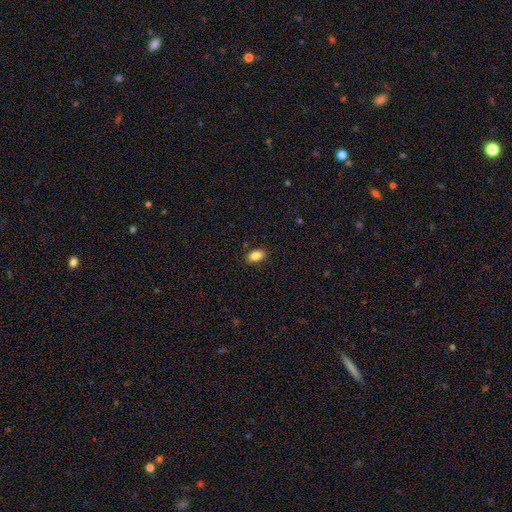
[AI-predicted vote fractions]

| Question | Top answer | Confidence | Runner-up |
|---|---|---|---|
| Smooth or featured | smooth | 86% | star or artifact (9%) |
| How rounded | in between | 89% | round (9%) |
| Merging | none | 87% | minor disturbance (10%) |